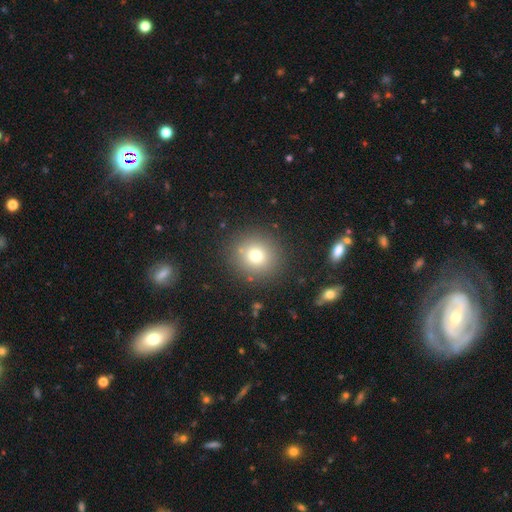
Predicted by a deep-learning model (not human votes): This is likely a smooth galaxy (73%). How rounded: clearly round (89%). Merging: clearly none (85%).